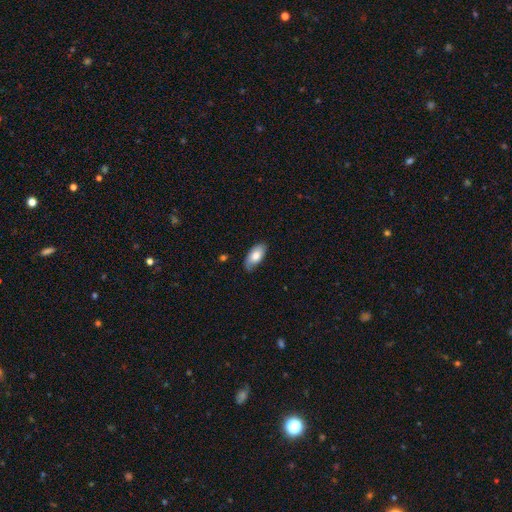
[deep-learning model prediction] This appears to be a smooth galaxy with no disk features (76%) that is in between round and cigar-shaped (93%). Merging: none (74%).